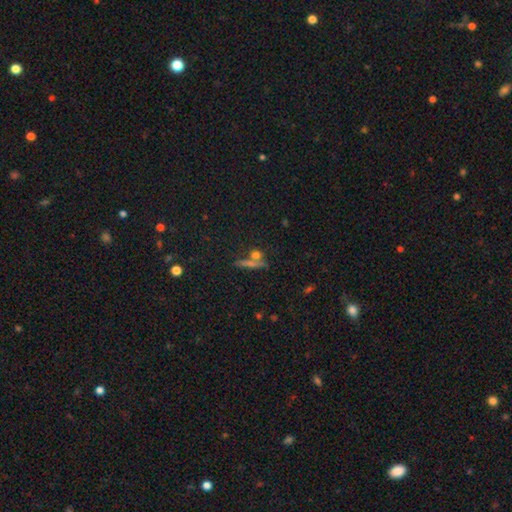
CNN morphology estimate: Smooth or featured? Predicted: star or artifact (p=0.42).